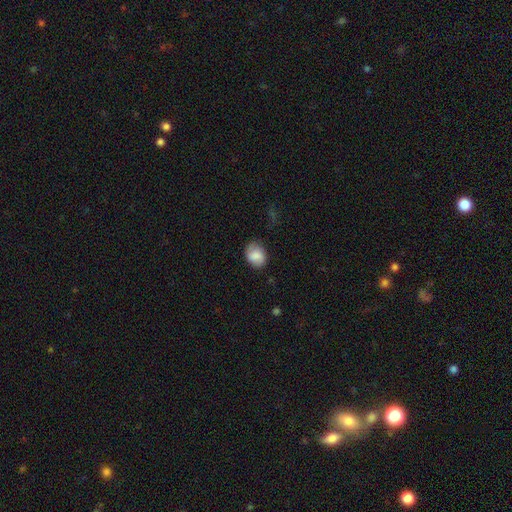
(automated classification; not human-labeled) Smooth or featured? Predicted: smooth (p=0.79). How rounded? Predicted: in between (p=0.59). Merging? Predicted: none (p=0.75).